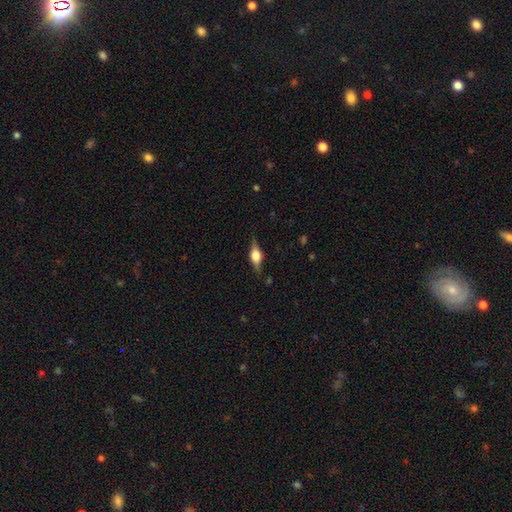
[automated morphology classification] This is likely a featured or disk galaxy (66%). It is clearly viewed edge-on (96%). Edge-on bulge: clearly rounded (89%). Merging: clearly none (81%).